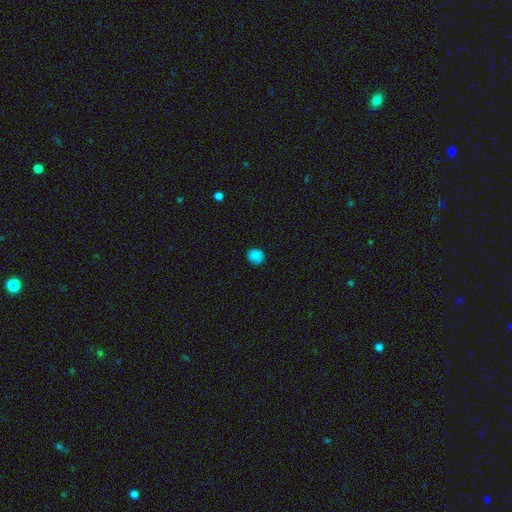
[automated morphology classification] smooth 85%, star or artifact 12%, featured or disk 3%. Down the decision tree: how rounded — round (83%); merging — none (89%).